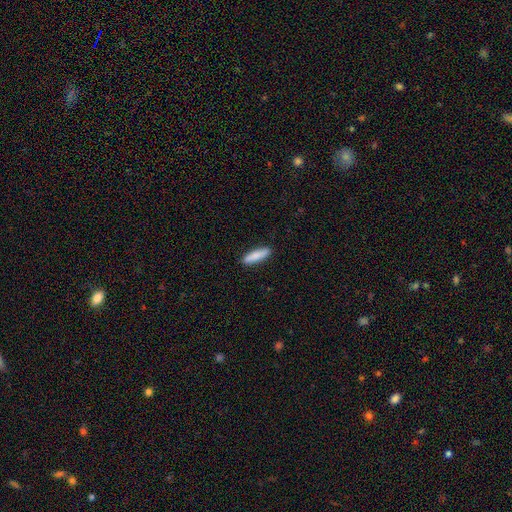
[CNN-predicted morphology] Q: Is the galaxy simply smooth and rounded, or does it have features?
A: smooth — 83%.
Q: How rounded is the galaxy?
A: cigar-shaped — 70%.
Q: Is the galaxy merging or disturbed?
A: none — 89%.